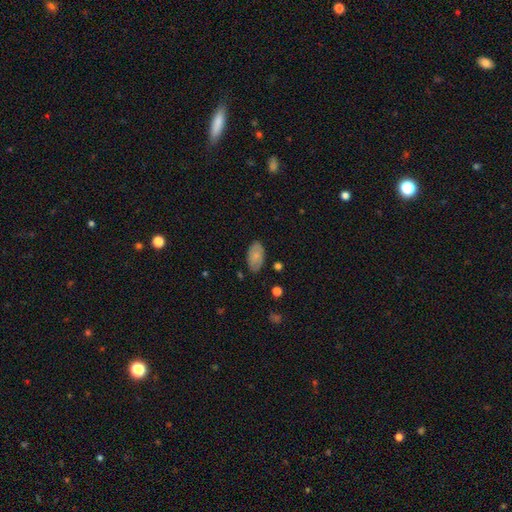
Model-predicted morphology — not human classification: Smooth or featured?
  - smooth: 75% *
  - featured or disk: 18%
  - star or artifact: 7%
How rounded?
  - in between: 94% *
  - round: 4%
  - cigar-shaped: 2%
Merging?
  - none: 81% *
  - minor disturbance: 14%
  - major disturbance: 3%
  - merger: 2%